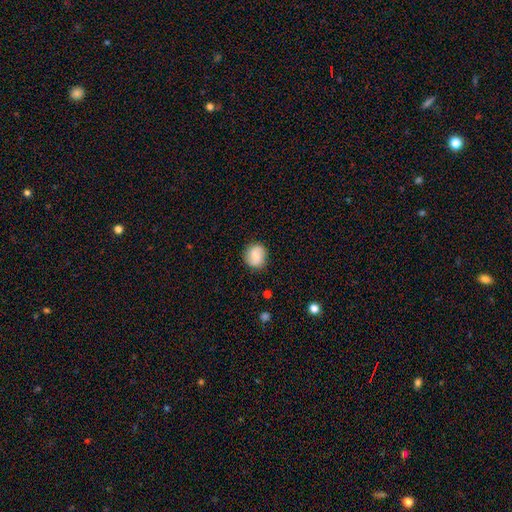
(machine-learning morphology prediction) Smooth or featured? Predicted: smooth (p=0.59). How rounded? Predicted: round (p=0.82). Merging? Predicted: none (p=0.85).